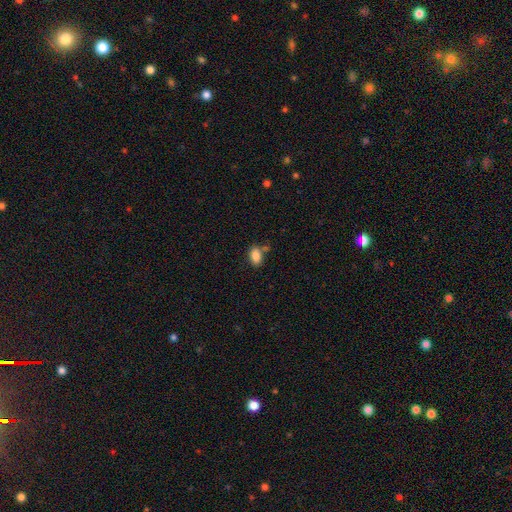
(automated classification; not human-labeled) A smooth galaxy with no disk features (86%) that is in between round and cigar-shaped (89%).

Vote fractions:
- Smooth or featured? smooth: 86% / star or artifact: 9% / featured or disk: 5%
- How rounded? in between: 89% / round: 9% / cigar-shaped: 2%
- Merging? none: 67% / minor disturbance: 16% / merger: 12% / major disturbance: 4%